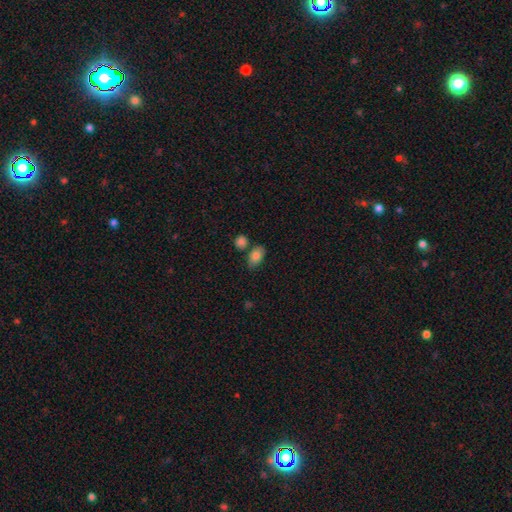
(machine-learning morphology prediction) Q: Smooth or featured?
A: smooth (83%); runner-up: featured or disk (8%)
Q: How rounded?
A: in between (85%); runner-up: round (13%)
Q: Merging?
A: none (66%); runner-up: minor disturbance (17%)